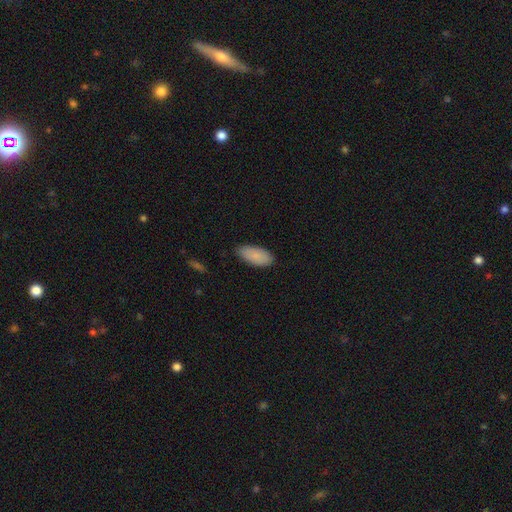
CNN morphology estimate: Smooth or featured? Predicted: smooth (p=0.85). How rounded? Predicted: in between (p=0.91). Merging? Predicted: none (p=0.82).